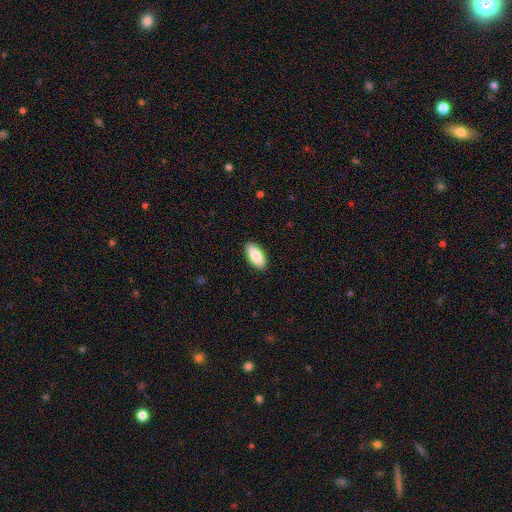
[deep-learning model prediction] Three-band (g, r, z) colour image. It shows a smooth galaxy with no disk features (87%) that is in between round and cigar-shaped (87%). Merging: none (90%).